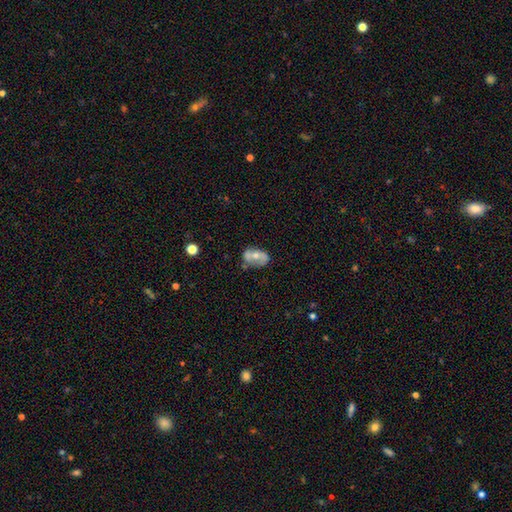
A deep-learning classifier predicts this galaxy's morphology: Overall: featured or disk (50%; smooth 42%). Edge-on disk: no (94%). Merging: none (55%; minor disturbance 27%).